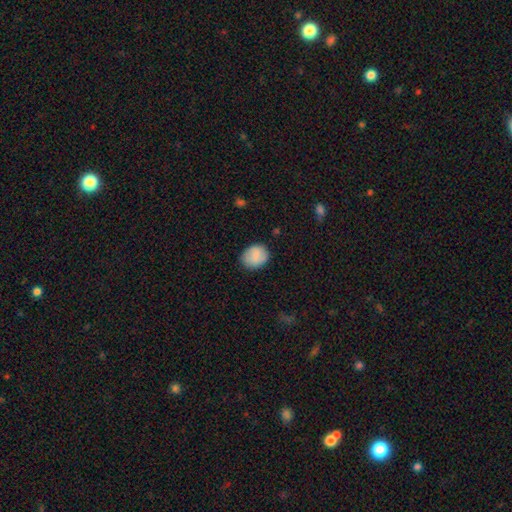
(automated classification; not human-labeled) Q: Smooth or featured?
A: smooth (82%); runner-up: featured or disk (11%)
Q: How rounded?
A: round (53%); runner-up: in between (46%)
Q: Merging?
A: none (83%); runner-up: minor disturbance (13%)